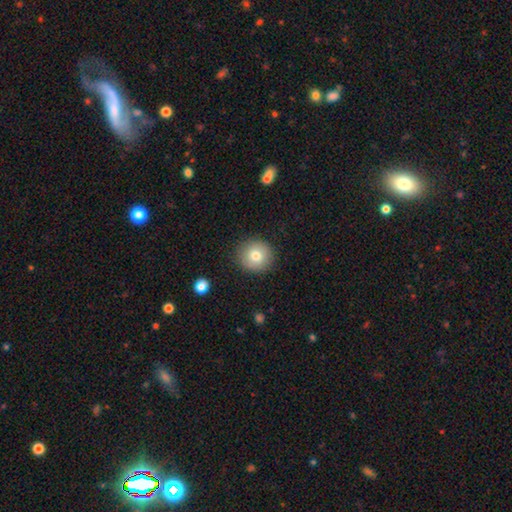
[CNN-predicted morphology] Smooth or featured? Predicted: smooth (p=0.79). How rounded? Predicted: round (p=0.92). Merging? Predicted: none (p=0.89).